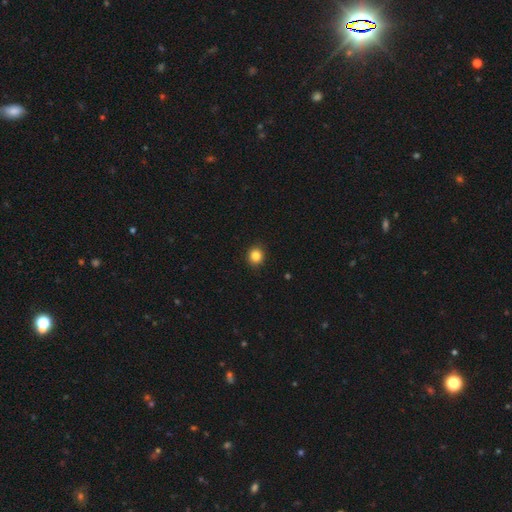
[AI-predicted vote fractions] smooth-or-featured: smooth: 84% | star or artifact: 11% | featured or disk: 4%
  how-rounded: round: 88% | in between: 11% | cigar-shaped: 1%
  merging: none: 92% | minor disturbance: 5% | major disturbance: 2% | merger: 1%